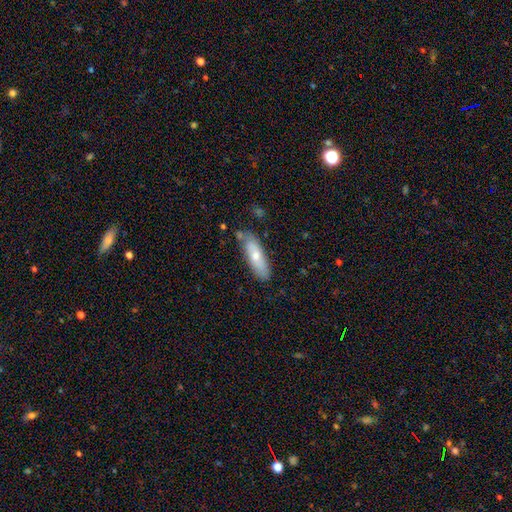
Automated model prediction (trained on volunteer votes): Q: Smooth or featured?
A: smooth (65%); runner-up: featured or disk (29%)
Q: How rounded?
A: in between (52%); runner-up: cigar-shaped (46%)
Q: Merging?
A: none (73%); runner-up: minor disturbance (18%)